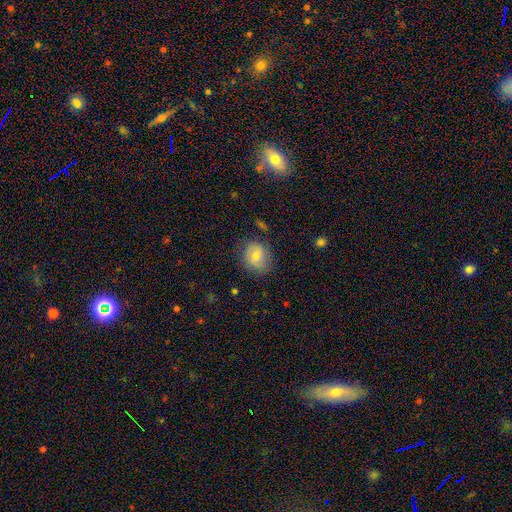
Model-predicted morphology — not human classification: This is likely a smooth galaxy (71%). How rounded: likely round (61%). Merging: likely none (74%).